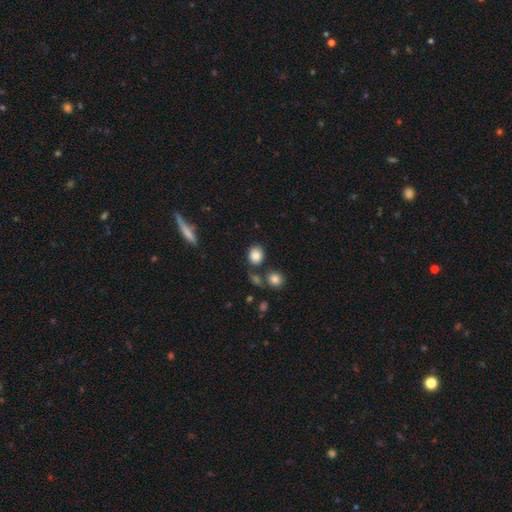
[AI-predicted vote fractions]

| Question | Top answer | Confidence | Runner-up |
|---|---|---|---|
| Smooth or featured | smooth | 84% | star or artifact (10%) |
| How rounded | round | 62% | in between (36%) |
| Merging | none | 71% | minor disturbance (15%) |